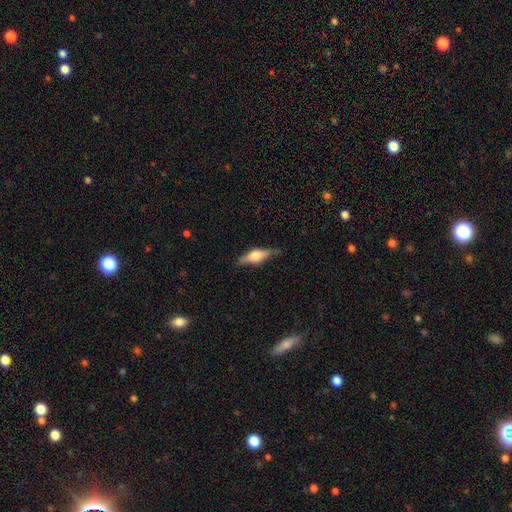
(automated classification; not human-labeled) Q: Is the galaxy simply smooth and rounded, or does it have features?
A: featured or disk — 54%.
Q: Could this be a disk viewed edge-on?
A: yes — 94%.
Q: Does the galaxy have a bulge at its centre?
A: rounded — 86%.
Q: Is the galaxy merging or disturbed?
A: none — 79%.